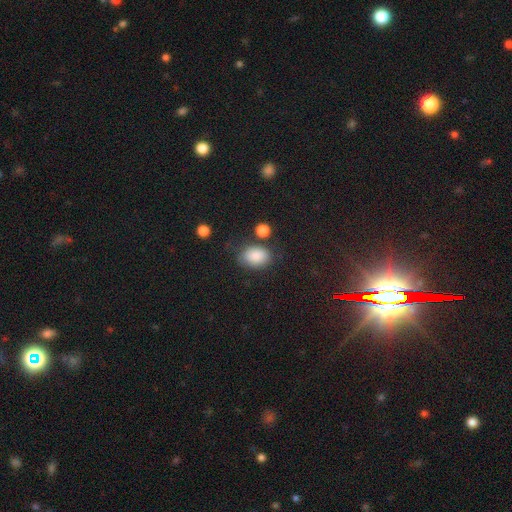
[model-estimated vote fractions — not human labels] This appears to be a smooth galaxy with no disk features (85%) that is in between round and cigar-shaped (73%). Merging: none (67%).